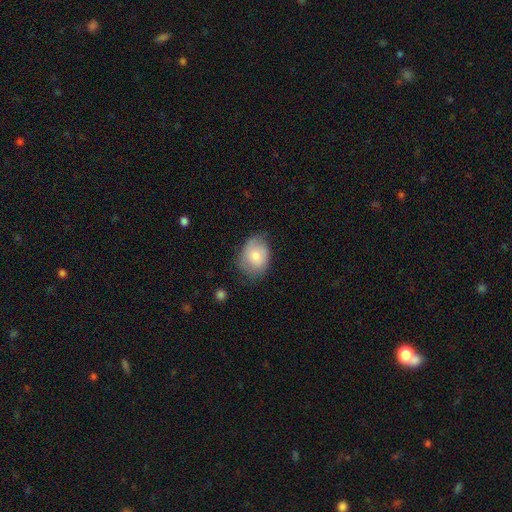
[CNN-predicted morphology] smooth-or-featured: smooth: 74% | featured or disk: 19% | star or artifact: 7%
  how-rounded: in between: 63% | round: 36% | cigar-shaped: 1%
  merging: none: 59% | minor disturbance: 31% | major disturbance: 8% | merger: 2%